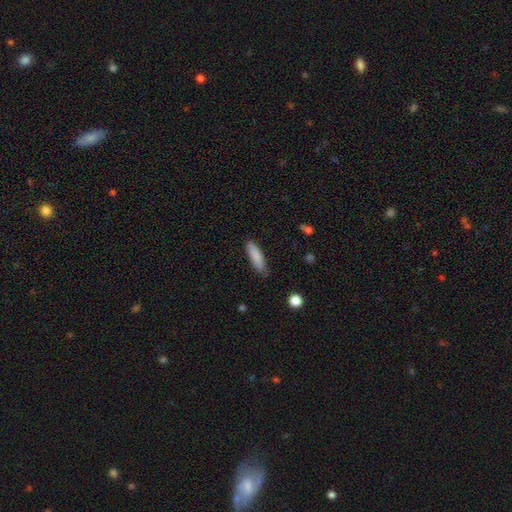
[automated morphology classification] smooth 85%, featured or disk 9%, star or artifact 6%. Down the decision tree: how rounded — cigar-shaped (64%); merging — none (79%).